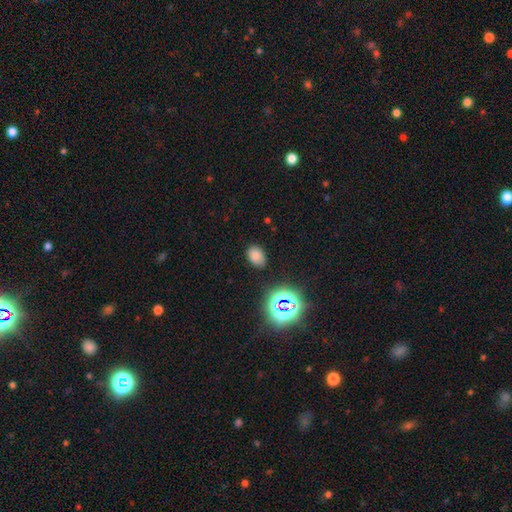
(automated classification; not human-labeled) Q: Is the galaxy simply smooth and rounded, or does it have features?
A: smooth — 73%.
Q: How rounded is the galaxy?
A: in between — 80%.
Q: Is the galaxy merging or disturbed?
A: none — 82%.